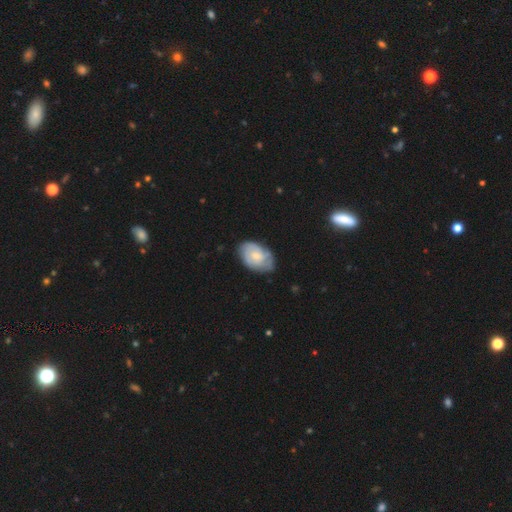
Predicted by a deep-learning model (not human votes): Smooth or featured?
  - featured or disk: 61% *
  - smooth: 33%
  - star or artifact: 5%
Edge-on disk?
  - no: 96% *
  - yes: 4%
Bar?
  - no: 71% *
  - weak: 26%
  - strong: 3%
Spiral arms?
  - yes: 84% *
  - no: 16%
Bulge size?
  - small: 54% *
  - moderate: 39%
  - none: 4%
  - large: 3%
  - dominant: 1%
Merging?
  - none: 68% *
  - minor disturbance: 25%
  - major disturbance: 6%
  - merger: 1%